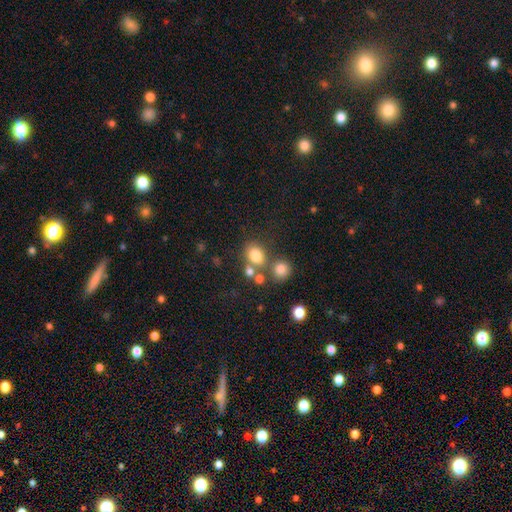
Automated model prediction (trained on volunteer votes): Smooth or featured? smooth (78%)
How rounded? in between (50%)
Merging? none (57%)